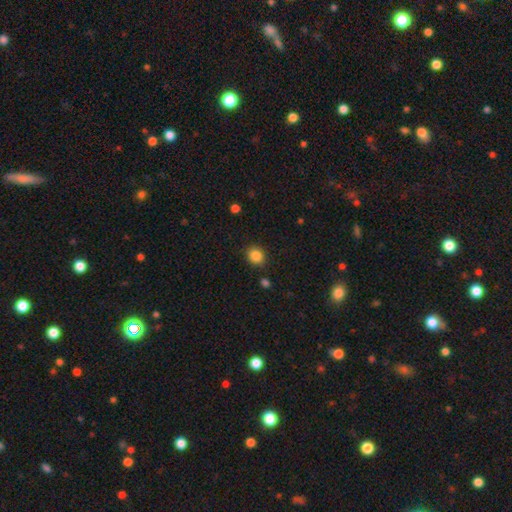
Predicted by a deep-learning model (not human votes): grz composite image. It shows a smooth galaxy with no disk features (86%) that is round (66%). Merging: none (86%).